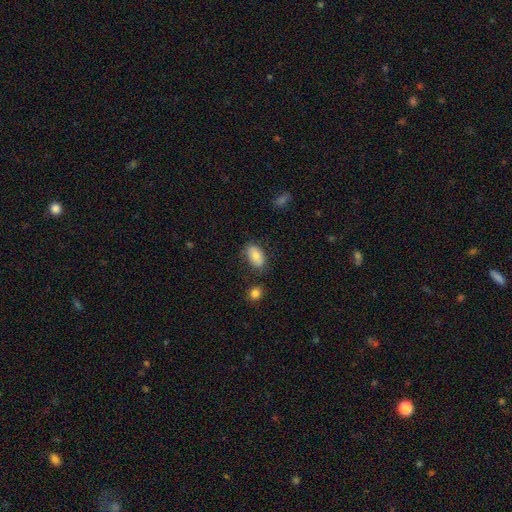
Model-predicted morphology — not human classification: Smooth or featured? smooth (77%)
How rounded? in between (92%)
Merging? none (73%)